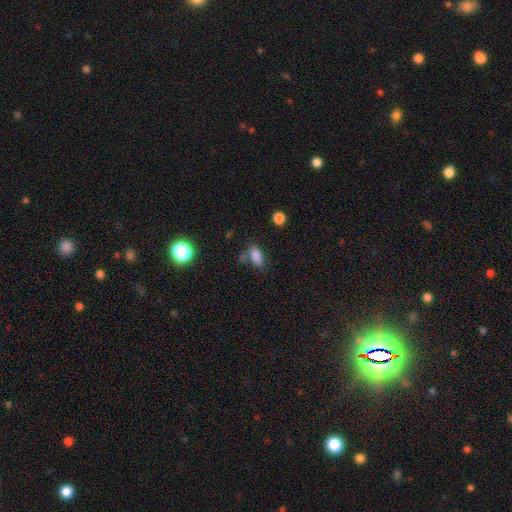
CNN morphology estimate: type=smooth (83%); roundness=in between (84%); merging=none (64%).